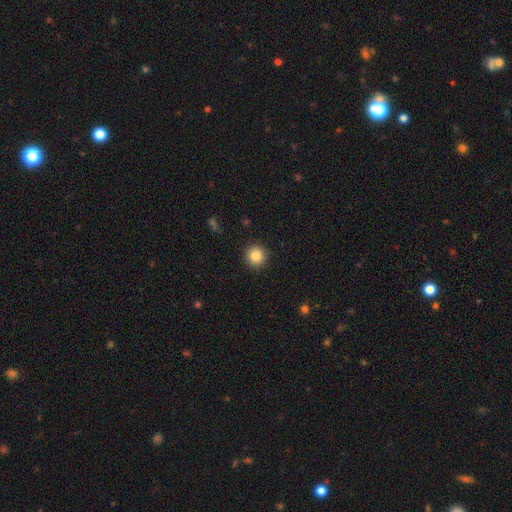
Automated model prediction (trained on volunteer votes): Smooth or featured: smooth — 85% (star or artifact — 10%)
How rounded: round — 95% (in between — 4%)
Merging: none — 92% (minor disturbance — 5%)